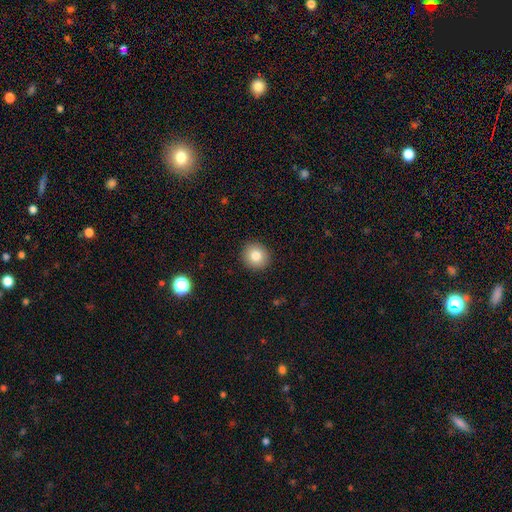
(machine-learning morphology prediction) Smooth or featured: smooth — 81% (star or artifact — 10%)
How rounded: round — 90% (in between — 9%)
Merging: none — 92% (minor disturbance — 5%)